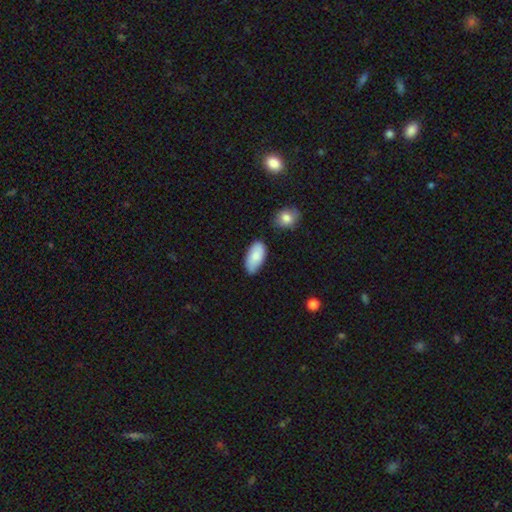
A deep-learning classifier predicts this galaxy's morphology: This appears to be a smooth galaxy with no disk features (82%) that is in between round and cigar-shaped (94%). Merging: none (72%).